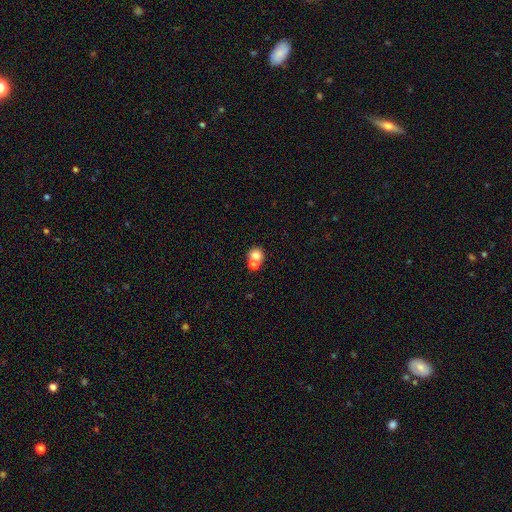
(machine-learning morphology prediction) smooth_or_featured: smooth (p=0.74) [alt: featured or disk p=0.14]
how_rounded: round (p=0.80) [alt: in between p=0.19]
merging: merger (p=0.52) [alt: none p=0.39]